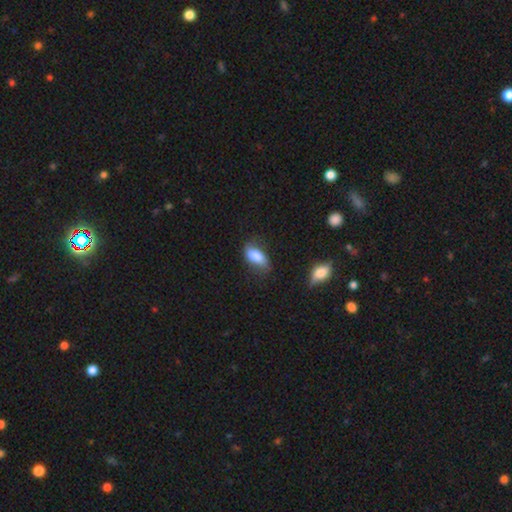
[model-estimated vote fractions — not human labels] The model was most divided on "merging": none: 55%, minor disturbance: 31%, major disturbance: 11%, merger: 3%. More confident: how rounded — in between (88%); smooth or featured — smooth (76%).